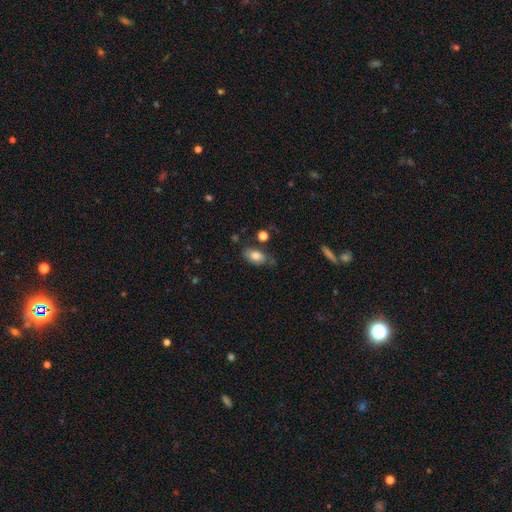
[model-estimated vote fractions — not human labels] A smooth galaxy with no disk features (78%) that is in between round and cigar-shaped (90%). Merging: none (62%).